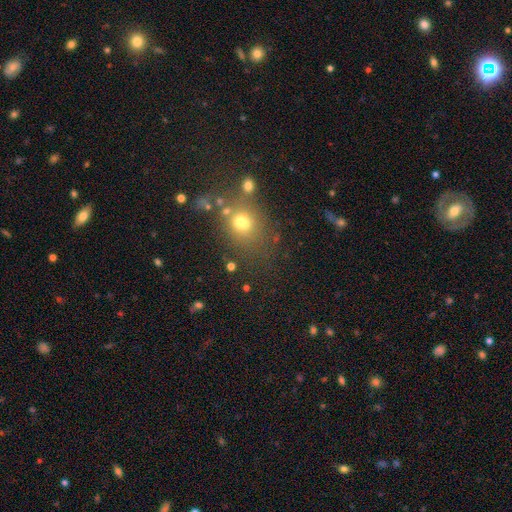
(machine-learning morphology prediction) Smooth or featured? Predicted: smooth (p=0.57). How rounded? Predicted: round (p=0.72). Merging? Predicted: none (p=0.68).